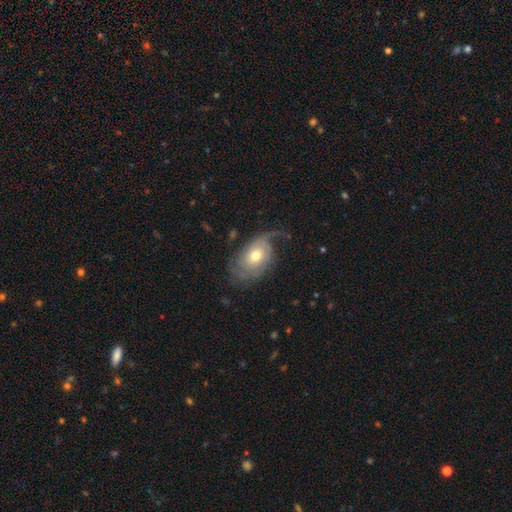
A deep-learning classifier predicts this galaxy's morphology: smooth-or-featured: featured or disk: 72% | smooth: 22% | star or artifact: 6%
  disk-edge-on: no: 95% | yes: 5%
    bar: no: 76% | weak: 20% | strong: 4%
    has-spiral-arms: yes: 88% | no: 12%
      spiral-winding: loose: 36% | tight: 32% | medium: 32%
      spiral-arm-count: 2: 37% | 1: 27% | can't tell: 22% | 3: 8% | 4: 3% | more than 4: 3%
    bulge-size: moderate: 71% | small: 19% | large: 8% | dominant: 1% | none: 1%
  merging: none: 51% | minor disturbance: 24% | major disturbance: 23% | merger: 2%